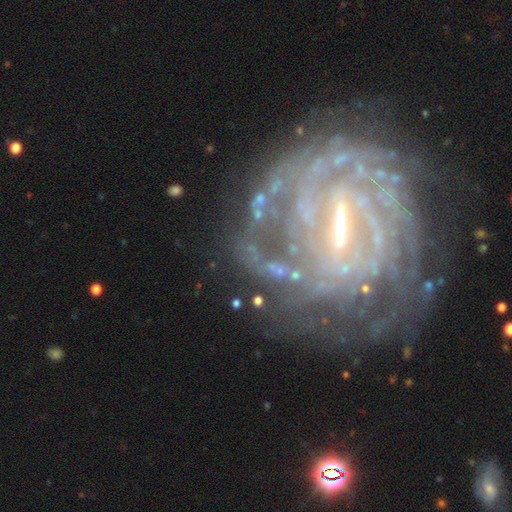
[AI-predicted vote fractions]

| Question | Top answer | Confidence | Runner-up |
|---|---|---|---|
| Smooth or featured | featured or disk | 87% | star or artifact (7%) |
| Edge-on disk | no | 97% | yes (3%) |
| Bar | strong | 52% | weak (37%) |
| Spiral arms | yes | 91% | no (9%) |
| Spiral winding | tight | 73% | medium (21%) |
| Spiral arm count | can't tell | 43% | 2 (14%) |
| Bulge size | small | 41% | moderate (28%) |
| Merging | none | 69% | minor disturbance (17%) |